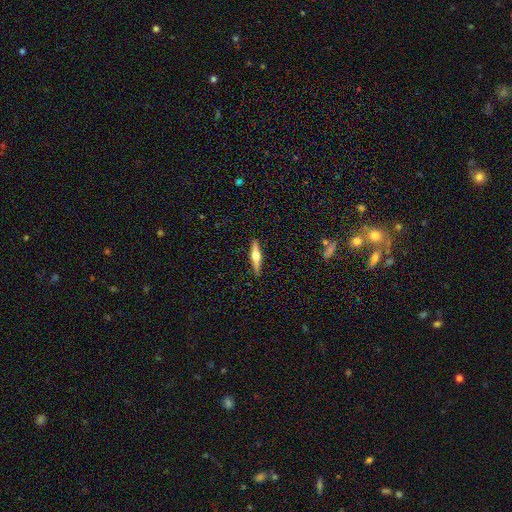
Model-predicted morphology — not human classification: This appears to be a featured or disk galaxy (66%) viewed edge-on (97%) with a rounded central bulge (94%). Merging: none (90%).